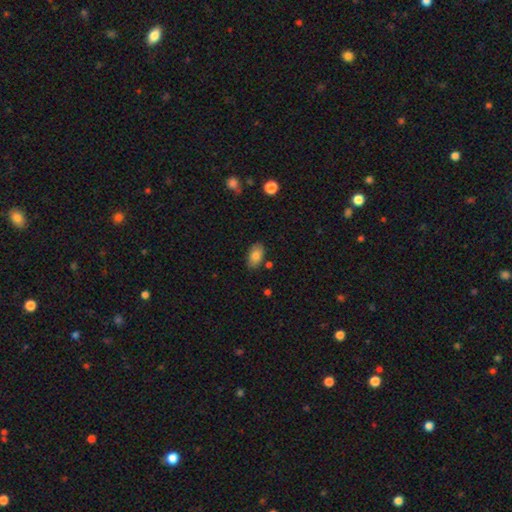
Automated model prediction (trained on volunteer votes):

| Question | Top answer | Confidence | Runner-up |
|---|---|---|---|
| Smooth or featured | smooth | 82% | featured or disk (10%) |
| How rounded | in between | 93% | round (5%) |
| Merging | none | 81% | minor disturbance (13%) |